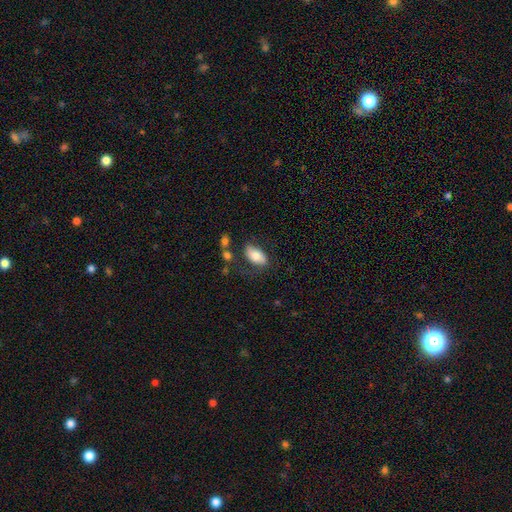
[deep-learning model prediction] Smooth or featured: smooth — 73% (featured or disk — 20%)
How rounded: in between — 93% (round — 4%)
Merging: none — 62% (minor disturbance — 21%)